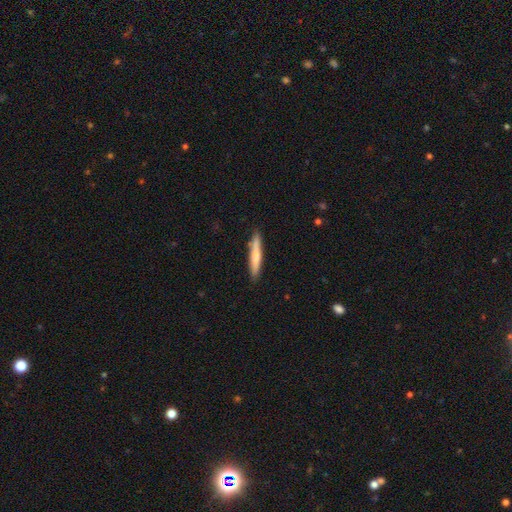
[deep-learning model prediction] smooth_or_featured: smooth (p=0.67) [alt: featured or disk p=0.28]
how_rounded: cigar-shaped (p=0.92) [alt: in between p=0.06]
merging: none (p=0.87) [alt: minor disturbance p=0.09]